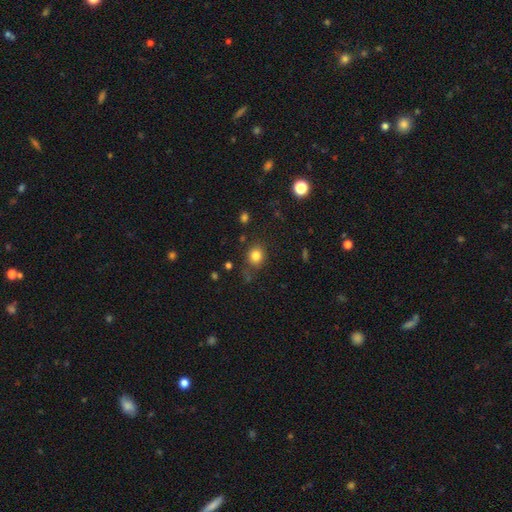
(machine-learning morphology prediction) A smooth galaxy with no disk features (82%) that is round (75%).

Vote fractions:
- Smooth or featured? smooth: 82% / star or artifact: 12% / featured or disk: 6%
- How rounded? round: 75% / in between: 24% / cigar-shaped: 1%
- Merging? none: 79% / minor disturbance: 13% / major disturbance: 4% / merger: 4%